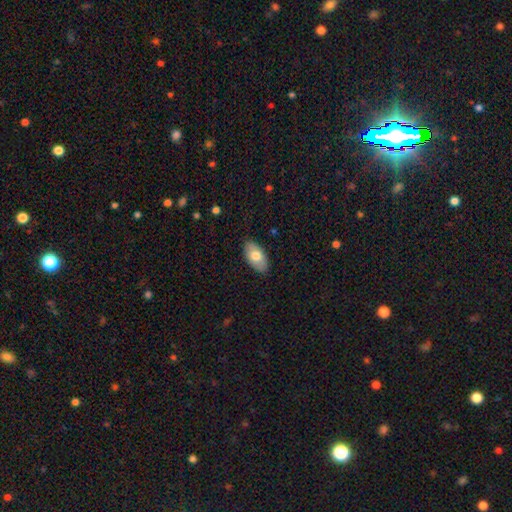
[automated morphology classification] Smooth or featured? Predicted: smooth (p=0.74). How rounded? Predicted: in between (p=0.94). Merging? Predicted: none (p=0.87).